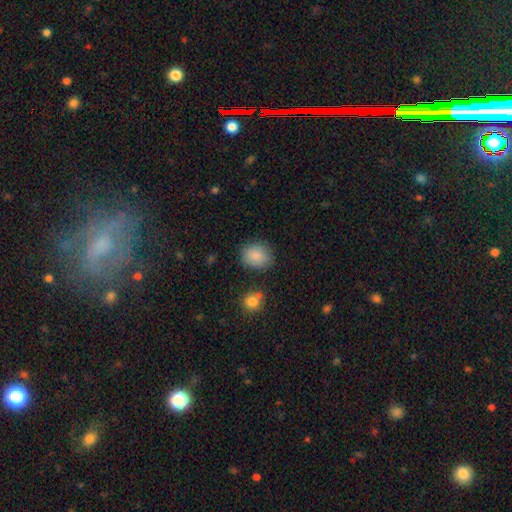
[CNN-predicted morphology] smooth-or-featured: smooth: 86% | star or artifact: 8% | featured or disk: 5%
  how-rounded: round: 57% | in between: 42% | cigar-shaped: 1%
  merging: none: 80% | minor disturbance: 13% | major disturbance: 4% | merger: 3%